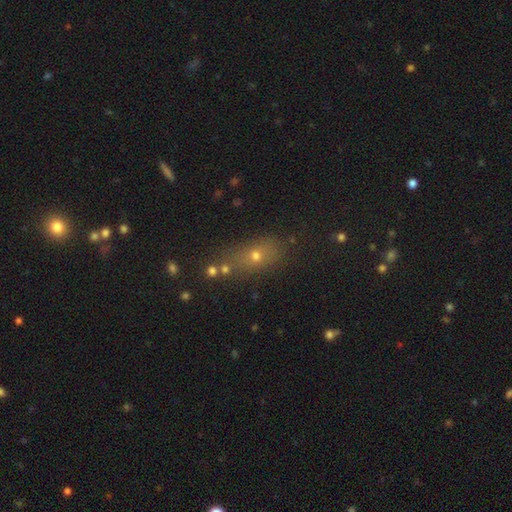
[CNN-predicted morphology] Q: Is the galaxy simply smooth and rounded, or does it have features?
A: smooth — 55%.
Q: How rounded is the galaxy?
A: in between — 55%.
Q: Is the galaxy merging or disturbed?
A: none — 69%.